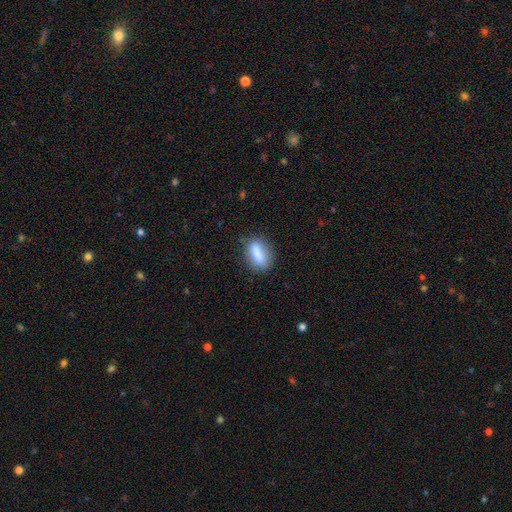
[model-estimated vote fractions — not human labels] Overall: smooth (74%). How rounded: in between (84%). Merging: none (85%).